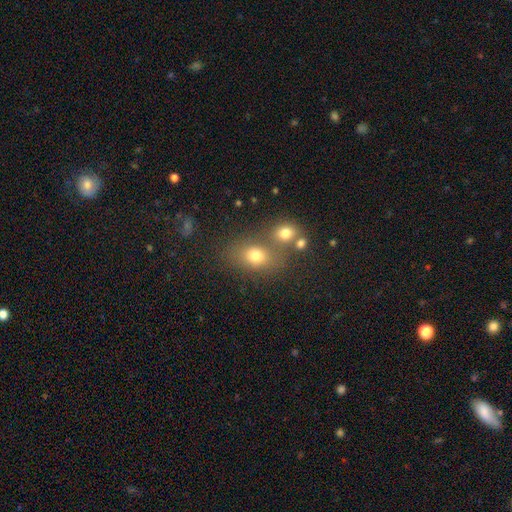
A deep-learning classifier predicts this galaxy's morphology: This is likely a smooth galaxy (72%). How rounded: possibly in between (57%). Merging: possibly none (56%).